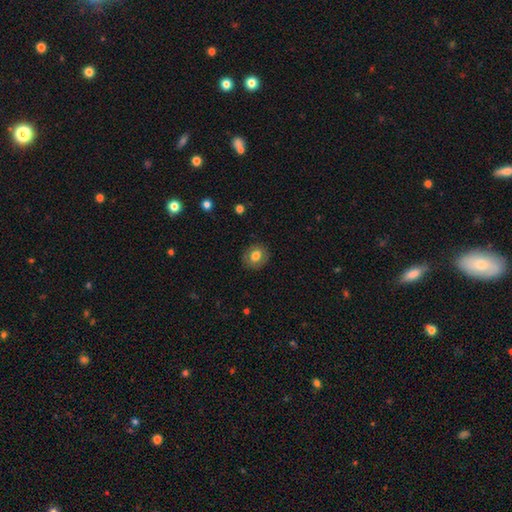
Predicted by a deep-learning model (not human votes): This is likely a smooth galaxy (74%). How rounded: likely round (73%). Merging: clearly none (88%).